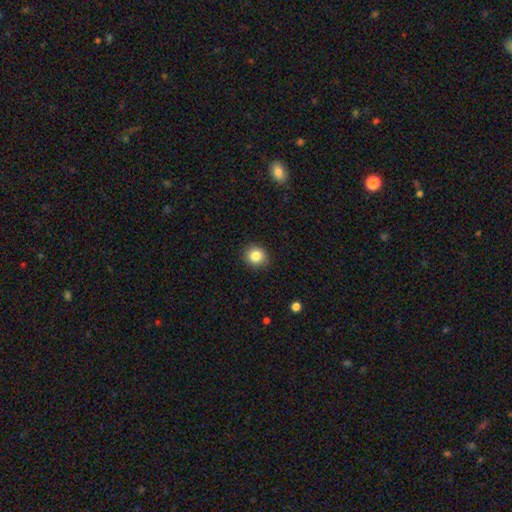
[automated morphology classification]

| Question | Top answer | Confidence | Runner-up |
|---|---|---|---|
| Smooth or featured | smooth | 84% | star or artifact (10%) |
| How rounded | round | 84% | in between (15%) |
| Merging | none | 90% | minor disturbance (7%) |